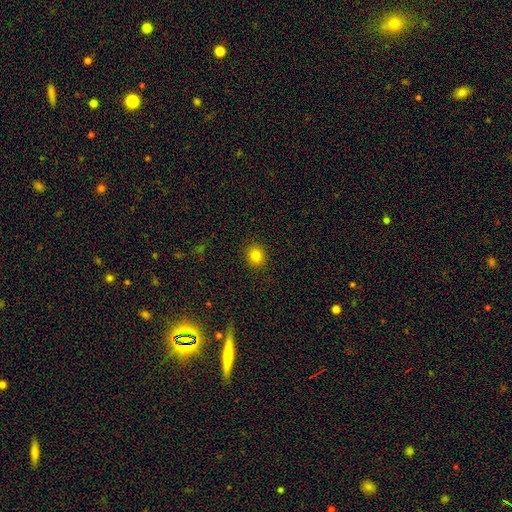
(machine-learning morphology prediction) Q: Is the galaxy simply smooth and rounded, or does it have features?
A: smooth — 83%.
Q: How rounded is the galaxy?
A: round — 83%.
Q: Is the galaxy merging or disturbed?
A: none — 91%.